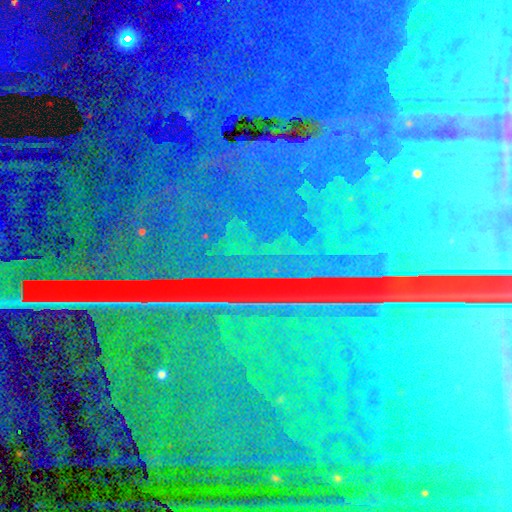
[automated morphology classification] Smooth or featured? star or artifact (89%)